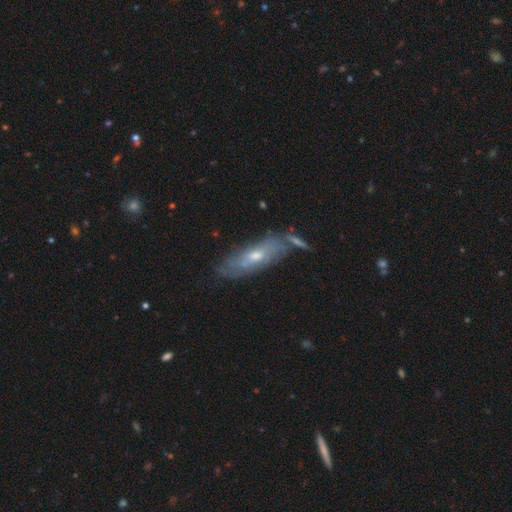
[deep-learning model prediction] Smooth or featured? Predicted: featured or disk (p=0.59). Edge-on disk? Predicted: no (p=0.65). Merging? Predicted: none (p=0.69).